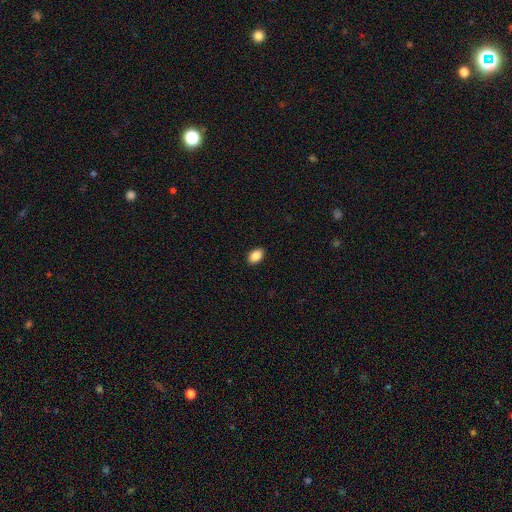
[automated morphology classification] This is clearly a smooth galaxy (88%). How rounded: clearly in between (89%). Merging: clearly none (90%).